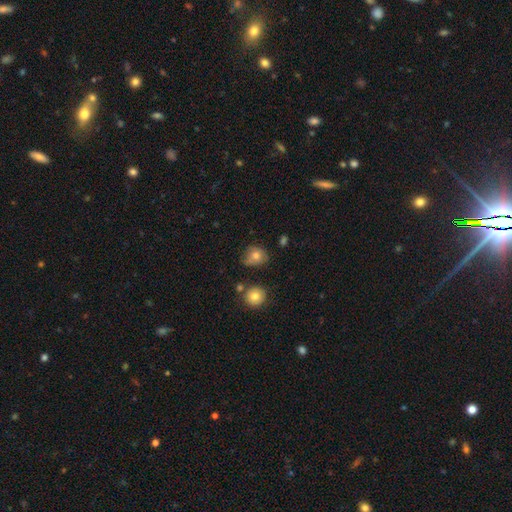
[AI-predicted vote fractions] smooth_or_featured: smooth (p=0.74) [alt: featured or disk p=0.16]
how_rounded: round (p=0.67) [alt: in between p=0.32]
merging: none (p=0.56) [alt: minor disturbance p=0.29]